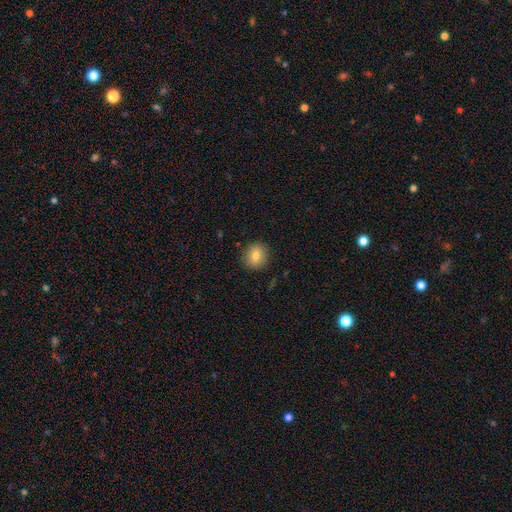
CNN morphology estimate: This is likely a smooth galaxy (78%). How rounded: clearly round (81%). Merging: clearly none (88%).